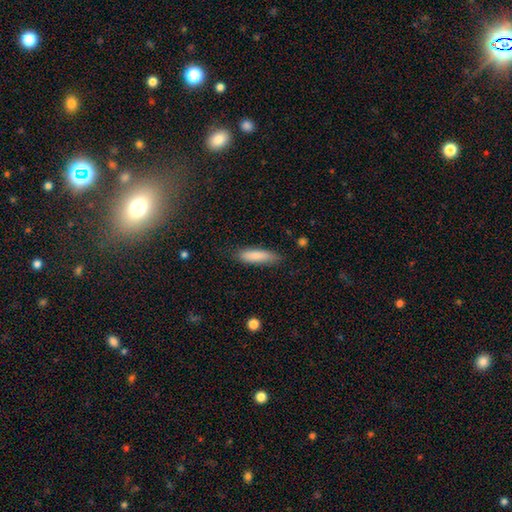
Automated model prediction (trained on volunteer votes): Morphology: type=smooth (83%); roundness=cigar-shaped (65%); merging=none (81%).